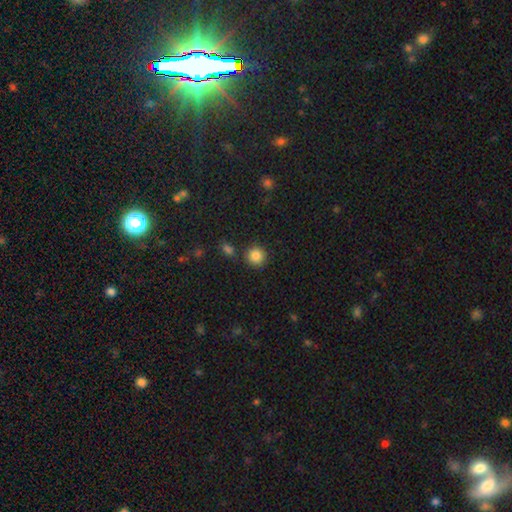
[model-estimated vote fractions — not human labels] Smooth or featured?
  - smooth: 86% *
  - star or artifact: 10%
  - featured or disk: 4%
How rounded?
  - round: 91% *
  - in between: 8%
  - cigar-shaped: 1%
Merging?
  - none: 83% *
  - minor disturbance: 8%
  - merger: 6%
  - major disturbance: 3%